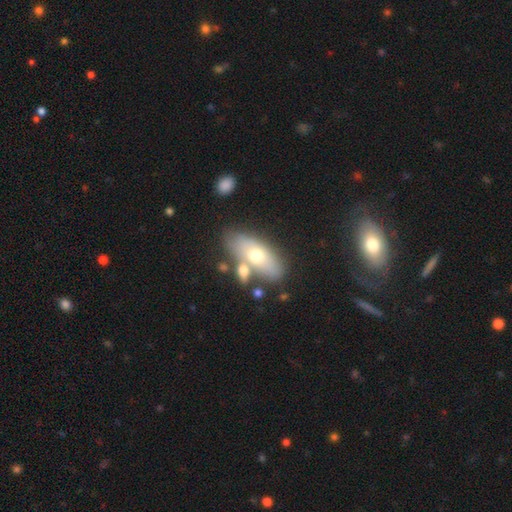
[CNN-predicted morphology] Smooth or featured: smooth — 60% (featured or disk — 33%)
How rounded: in between — 76% (cigar-shaped — 19%)
Merging: none — 63% (merger — 19%)